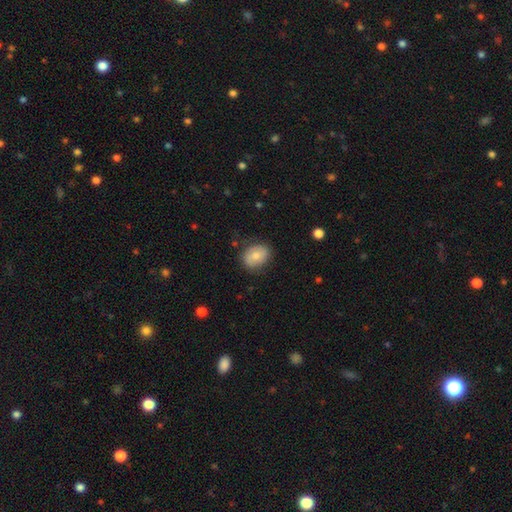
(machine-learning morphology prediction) Q: Smooth or featured?
A: smooth (71%); runner-up: featured or disk (22%)
Q: How rounded?
A: in between (59%); runner-up: round (40%)
Q: Merging?
A: none (77%); runner-up: minor disturbance (17%)